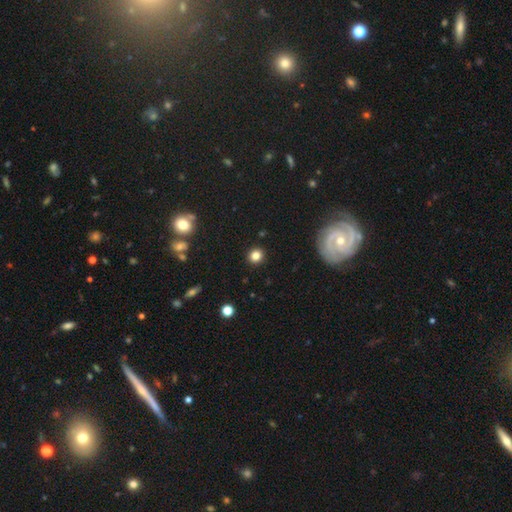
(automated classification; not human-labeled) Smooth or featured: smooth — 82% (star or artifact — 13%)
How rounded: round — 87% (in between — 12%)
Merging: none — 91% (minor disturbance — 6%)